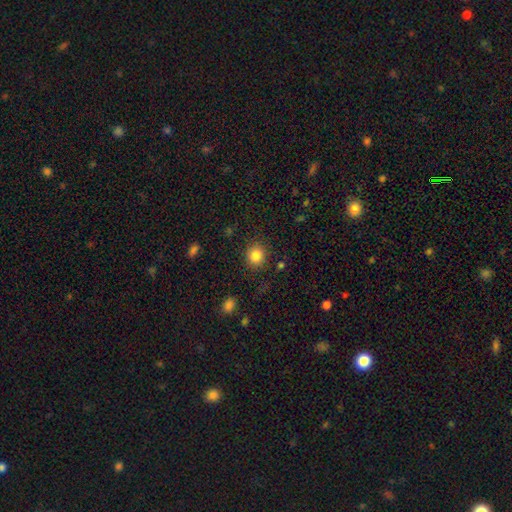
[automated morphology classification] Overall: smooth (85%). How rounded: round (81%). Merging: none (86%).